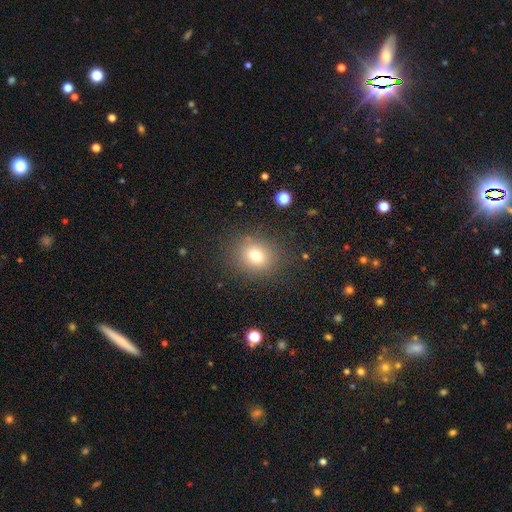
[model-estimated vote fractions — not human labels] This appears to be a smooth galaxy with no disk features (75%) that is round (68%). Merging: none (84%).